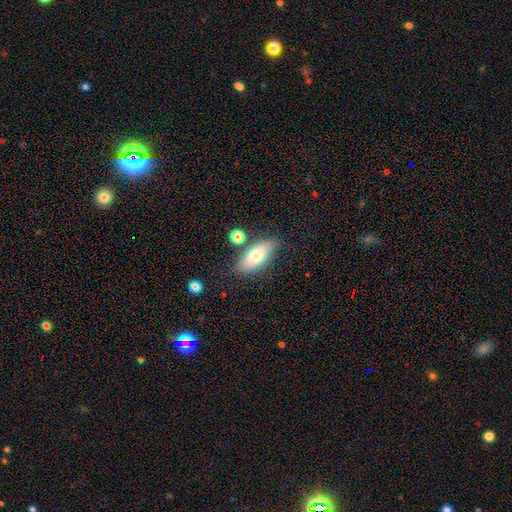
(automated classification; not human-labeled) A smooth galaxy with no disk features (76%) that is in between round and cigar-shaped (81%). Merging: none (73%).